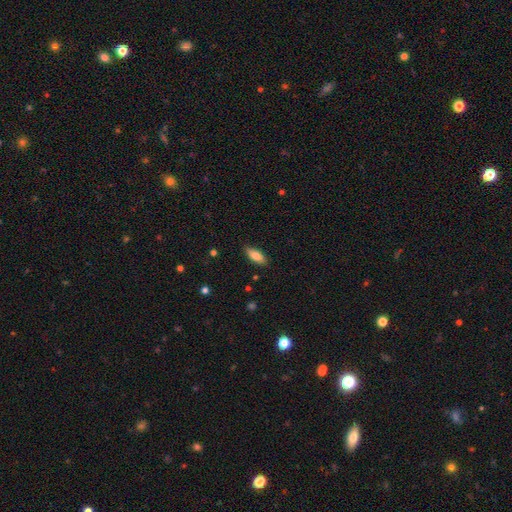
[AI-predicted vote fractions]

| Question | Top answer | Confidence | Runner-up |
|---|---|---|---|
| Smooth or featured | smooth | 79% | featured or disk (14%) |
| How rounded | in between | 76% | cigar-shaped (22%) |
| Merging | none | 86% | minor disturbance (11%) |